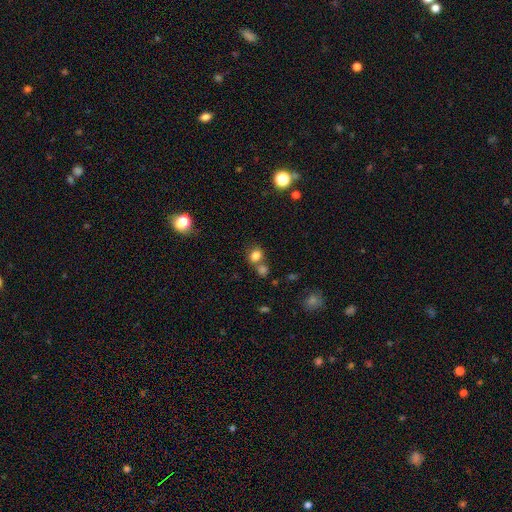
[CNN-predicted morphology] Smooth or featured? Predicted: smooth (p=0.80). How rounded? Predicted: round (p=0.69). Merging? Predicted: none (p=0.54).